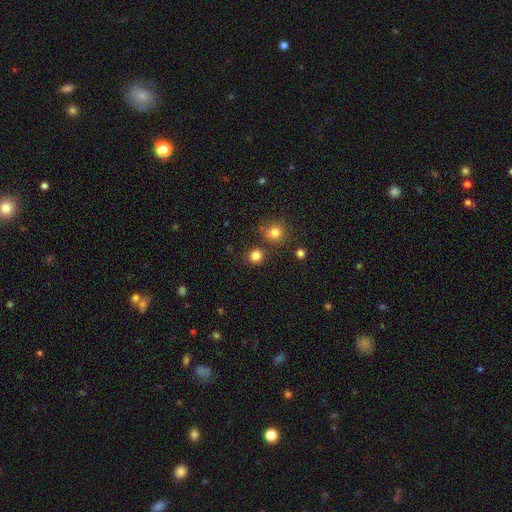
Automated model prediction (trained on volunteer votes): The model was most divided on "smooth or featured": smooth: 82%, star or artifact: 14%, featured or disk: 4%. More confident: how rounded — round (92%); merging — none (84%).